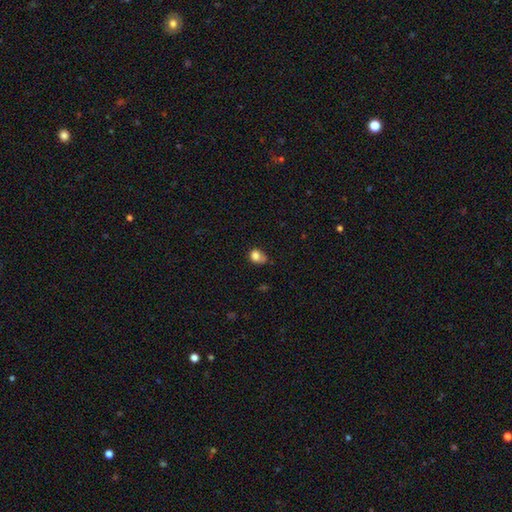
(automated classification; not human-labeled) This appears to be a smooth galaxy with no disk features (79%) that is in between round and cigar-shaped (54%). Merging: none (38%).